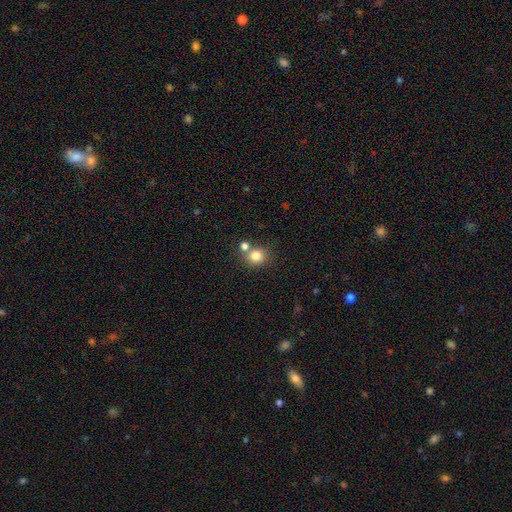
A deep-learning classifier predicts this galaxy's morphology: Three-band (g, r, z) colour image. It shows a smooth galaxy with no disk features (81%) that is round (83%). Merging: none (62%).